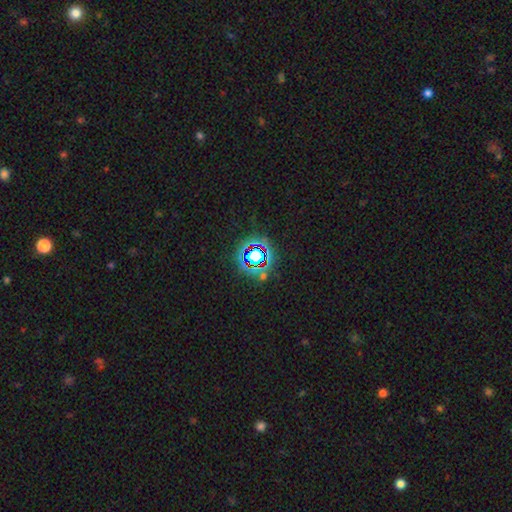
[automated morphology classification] Overall: star or artifact (70%).